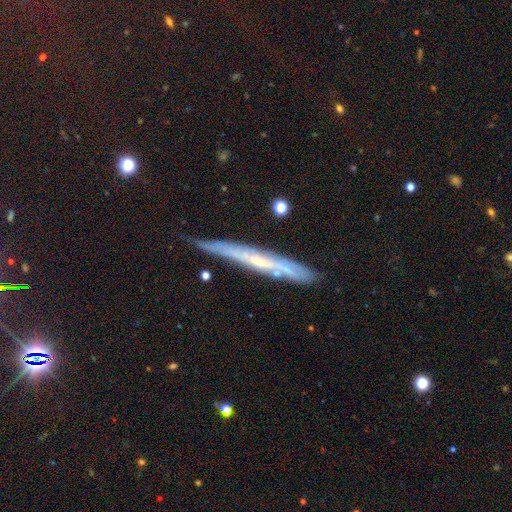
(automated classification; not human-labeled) A featured or disk galaxy (53%) viewed edge-on (89%). Merging: none (84%).